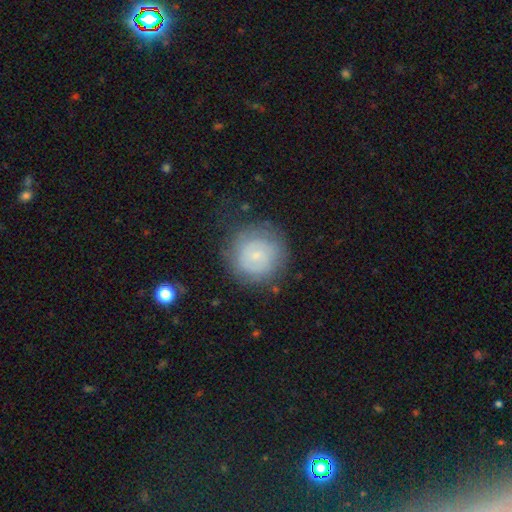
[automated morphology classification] Overall: smooth (48%; featured or disk 44%). Merging: none (73%).